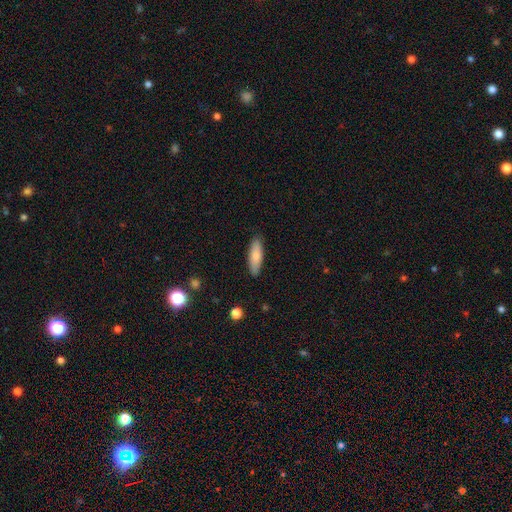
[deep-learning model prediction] A smooth galaxy with no disk features (78%) that is cigar-shaped (49%, tied with in between). Merging: none (87%).